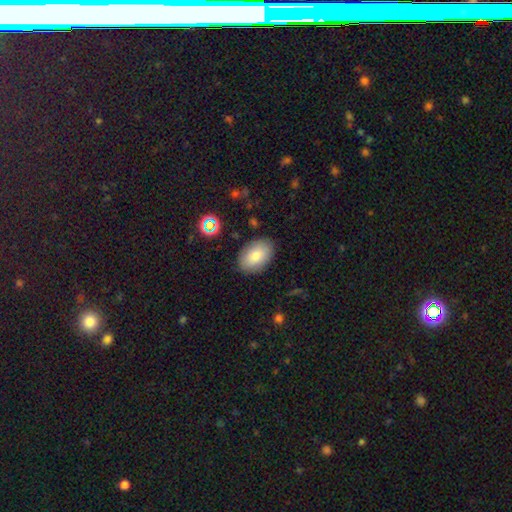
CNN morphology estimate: The model was most divided on "smooth or featured": smooth: 81%, featured or disk: 11%, star or artifact: 8%. More confident: how rounded — in between (90%); merging — none (85%).